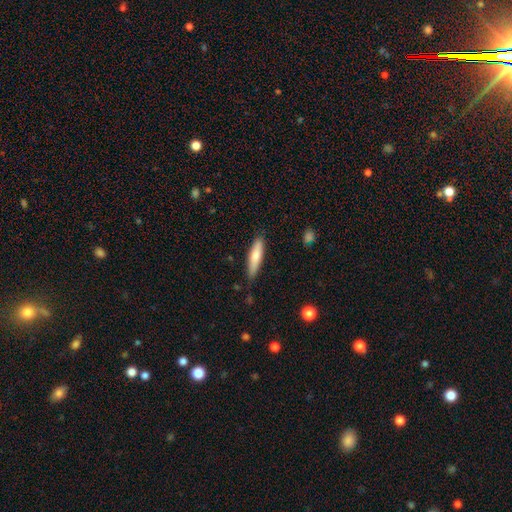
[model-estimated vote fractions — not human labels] A smooth galaxy with no disk features (75%) that is cigar-shaped (75%). Merging: none (79%).